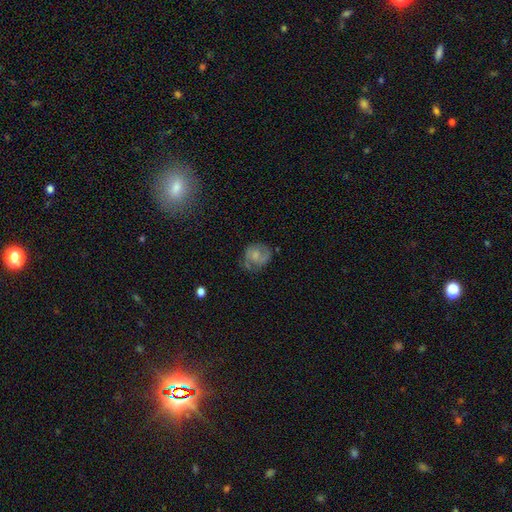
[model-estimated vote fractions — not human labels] This appears to be a featured or disk galaxy (61%) with no bar (58%), 2 (73%) medium (47%) spiral arms (88%) and a small central bulge (41%). Merging: none (61%).